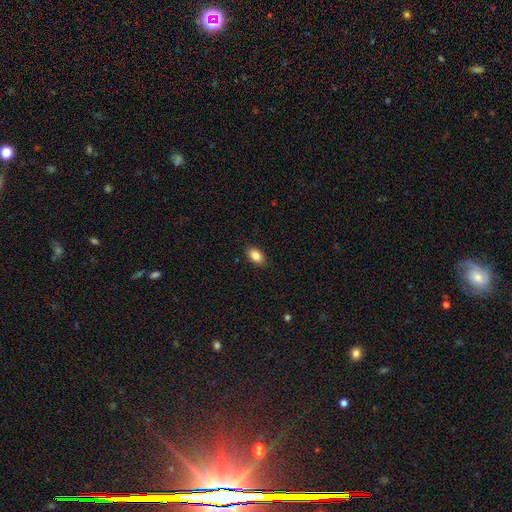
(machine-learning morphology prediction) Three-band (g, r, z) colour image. It shows a smooth galaxy with no disk features (86%) that is in between round and cigar-shaped (90%). Merging: none (89%).